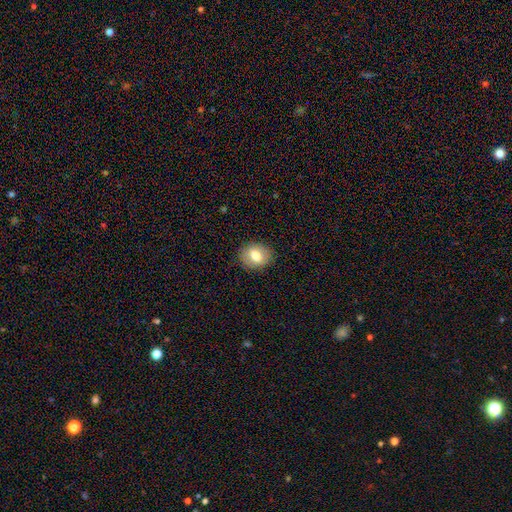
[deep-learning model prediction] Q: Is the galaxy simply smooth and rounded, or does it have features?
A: smooth — 75%.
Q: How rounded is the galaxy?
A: round — 57%.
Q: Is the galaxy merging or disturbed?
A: none — 88%.